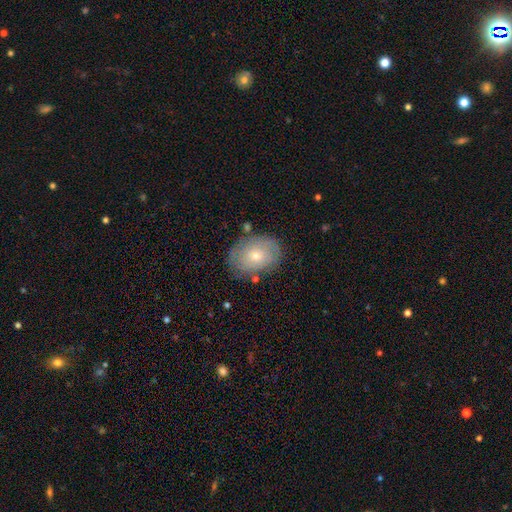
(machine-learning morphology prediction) Smooth or featured?
  - smooth: 47% *
  - featured or disk: 44%
  - star or artifact: 9%
Merging?
  - none: 78% *
  - minor disturbance: 15%
  - major disturbance: 4%
  - merger: 2%